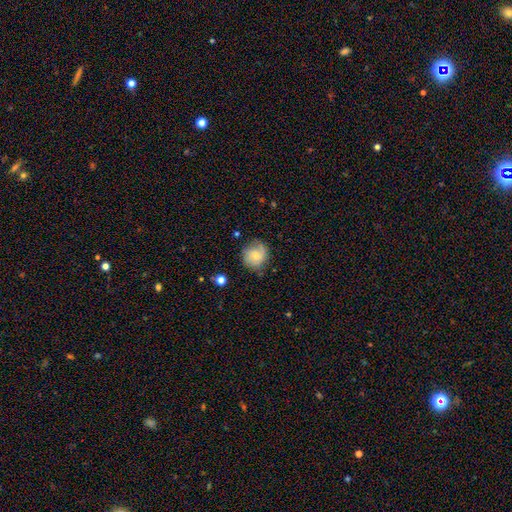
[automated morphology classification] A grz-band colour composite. It shows a smooth galaxy with no disk features (60%) that is round (85%). Merging: none (69%).